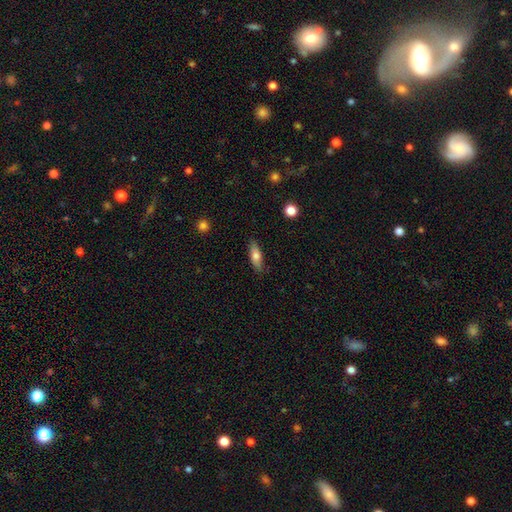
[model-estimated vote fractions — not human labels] Overall: smooth (69%). How rounded: in between (56%; cigar-shaped 41%). Merging: none (84%).